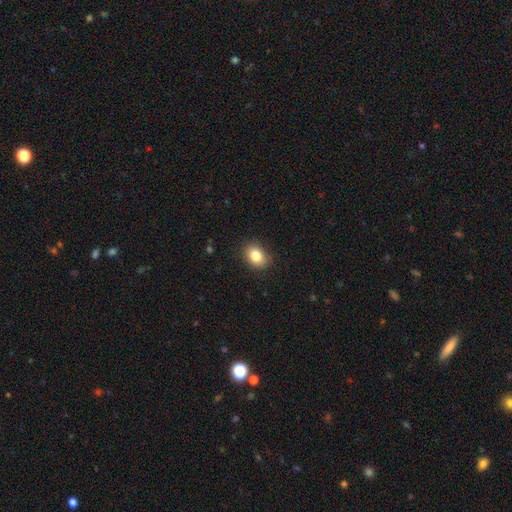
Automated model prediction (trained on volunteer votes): smooth_or_featured: smooth (p=0.83) [alt: star or artifact p=0.10]
how_rounded: in between (p=0.62) [alt: round p=0.37]
merging: none (p=0.87) [alt: minor disturbance p=0.10]